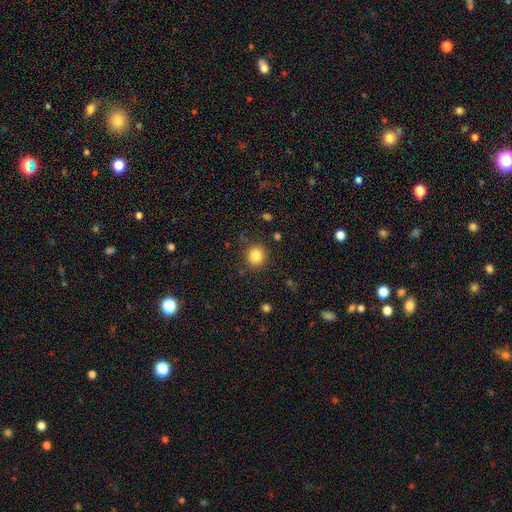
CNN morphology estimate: type=smooth (83%); roundness=round (87%); merging=none (86%).